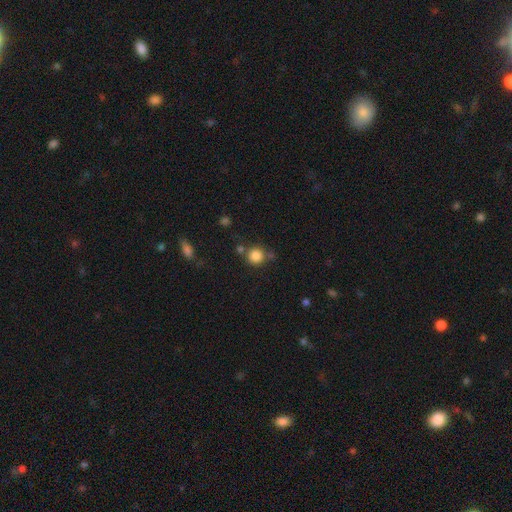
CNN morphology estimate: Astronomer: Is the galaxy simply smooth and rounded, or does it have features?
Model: smooth — 85%.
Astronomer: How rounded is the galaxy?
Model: round — 92%.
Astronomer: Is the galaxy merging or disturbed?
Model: none — 72%.